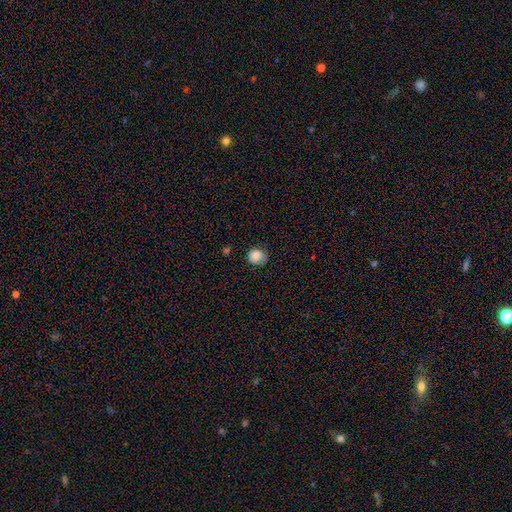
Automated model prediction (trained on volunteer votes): Smooth or featured?
  - smooth: 85% *
  - star or artifact: 9%
  - featured or disk: 6%
How rounded?
  - round: 78% *
  - in between: 21%
  - cigar-shaped: 1%
Merging?
  - none: 68% *
  - minor disturbance: 25%
  - major disturbance: 5%
  - merger: 2%